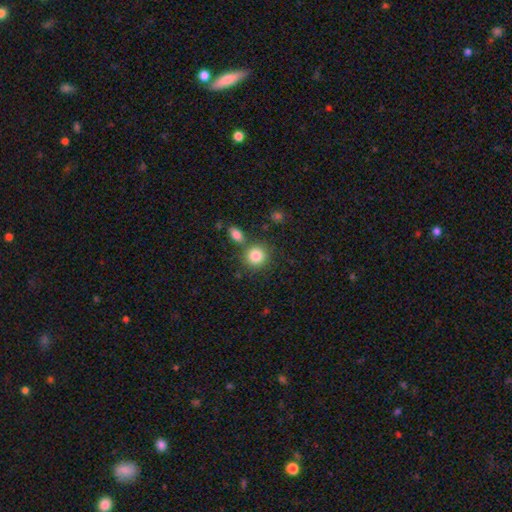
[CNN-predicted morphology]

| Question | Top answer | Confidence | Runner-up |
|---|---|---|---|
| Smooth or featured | smooth | 84% | star or artifact (9%) |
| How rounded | round | 86% | in between (13%) |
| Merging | none | 72% | merger (16%) |